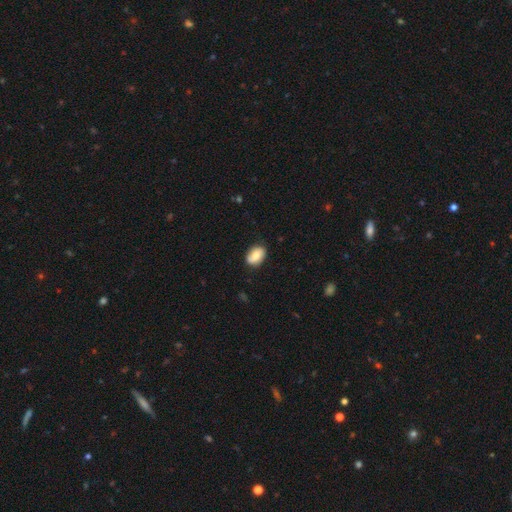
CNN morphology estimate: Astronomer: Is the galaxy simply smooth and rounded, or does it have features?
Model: smooth — 74%.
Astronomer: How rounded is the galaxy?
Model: in between — 82%.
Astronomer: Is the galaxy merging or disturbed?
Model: none — 76%.